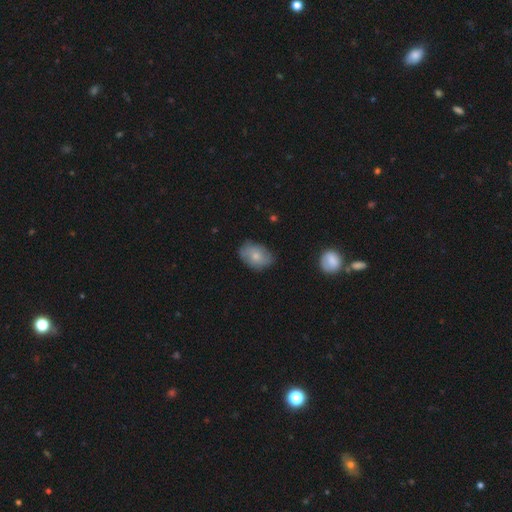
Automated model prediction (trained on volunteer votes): smooth_or_featured: smooth (p=0.66) [alt: featured or disk p=0.27]
how_rounded: in between (p=0.82) [alt: round p=0.17]
merging: none (p=0.72) [alt: minor disturbance p=0.23]